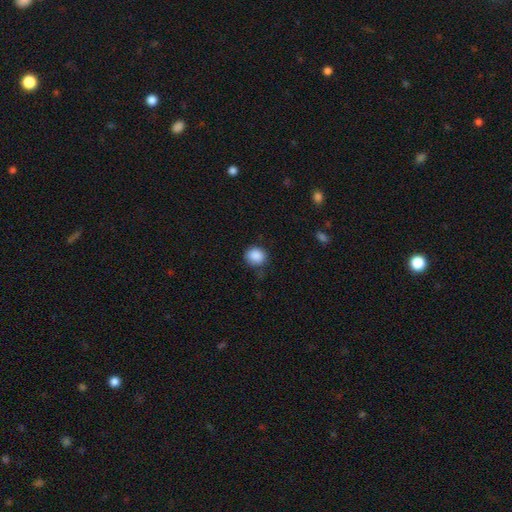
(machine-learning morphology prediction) Q: Smooth or featured?
A: smooth (88%); runner-up: star or artifact (9%)
Q: How rounded?
A: round (81%); runner-up: in between (19%)
Q: Merging?
A: none (76%); runner-up: minor disturbance (18%)